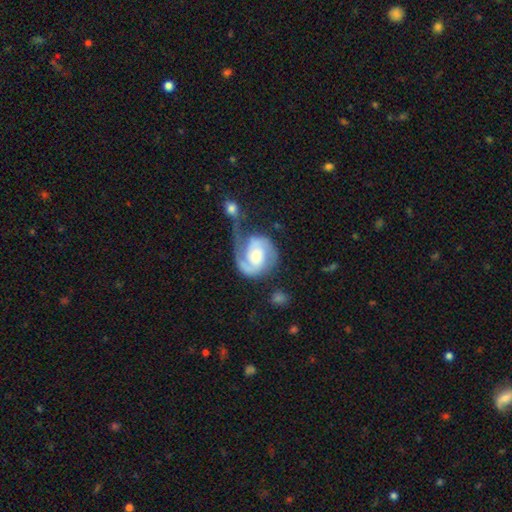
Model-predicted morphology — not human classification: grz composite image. It shows a featured or disk galaxy (85%) with no bar (57%), 2 (80%) medium (45%) spiral arms (96%) and a moderate central bulge (50%). Merging: none (33%).